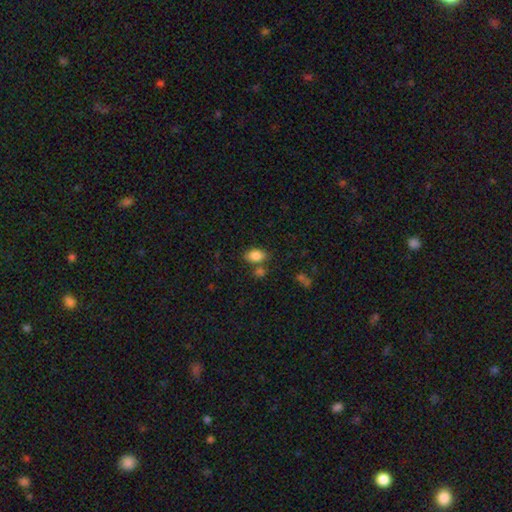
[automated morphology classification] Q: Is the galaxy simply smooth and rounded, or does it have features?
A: smooth — 85%.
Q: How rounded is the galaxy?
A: in between — 86%.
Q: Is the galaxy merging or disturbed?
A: none — 68%.